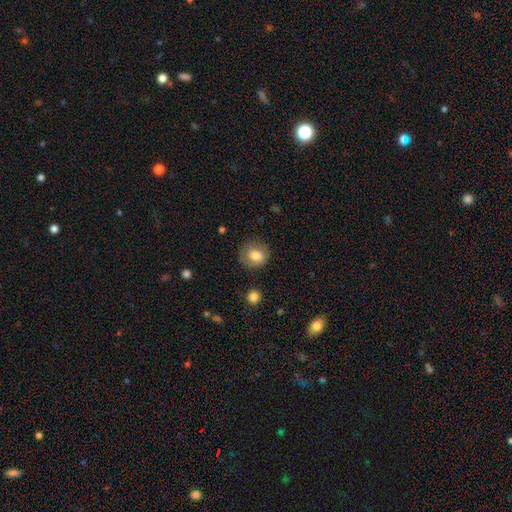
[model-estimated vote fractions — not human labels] Q: Smooth or featured?
A: smooth (78%); runner-up: featured or disk (13%)
Q: How rounded?
A: round (71%); runner-up: in between (28%)
Q: Merging?
A: none (75%); runner-up: minor disturbance (17%)